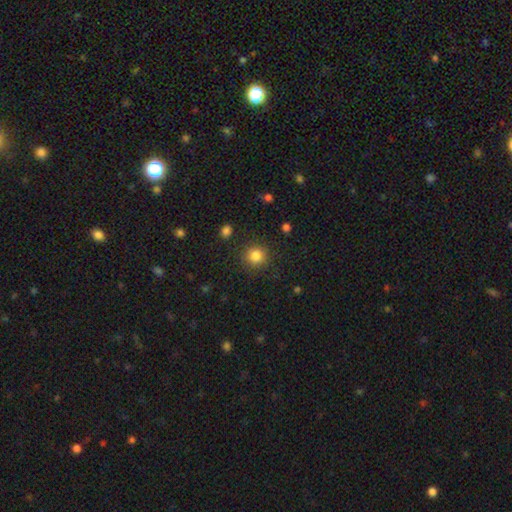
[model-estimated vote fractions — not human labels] Morphology: type=smooth (84%); roundness=round (92%); merging=none (87%).